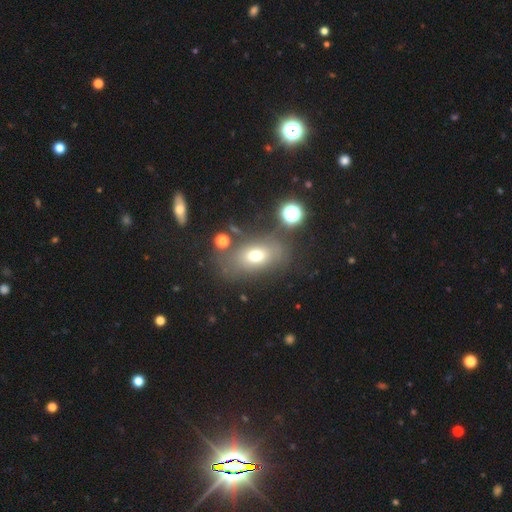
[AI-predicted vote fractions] A smooth galaxy with no disk features (66%) that is in between round and cigar-shaped (78%).

Vote fractions:
- Smooth or featured? smooth: 66% / featured or disk: 19% / star or artifact: 15%
- How rounded? in between: 78% / round: 19% / cigar-shaped: 3%
- Merging? none: 65% / minor disturbance: 17% / major disturbance: 11% / merger: 7%